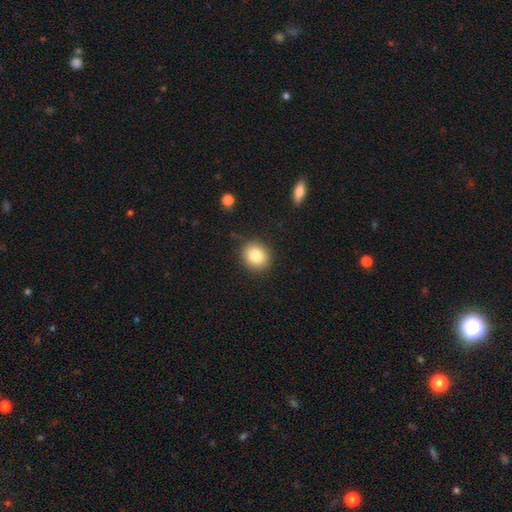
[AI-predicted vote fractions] smooth_or_featured: smooth (p=0.82) [alt: star or artifact p=0.10]
how_rounded: round (p=0.79) [alt: in between p=0.20]
merging: none (p=0.86) [alt: minor disturbance p=0.10]